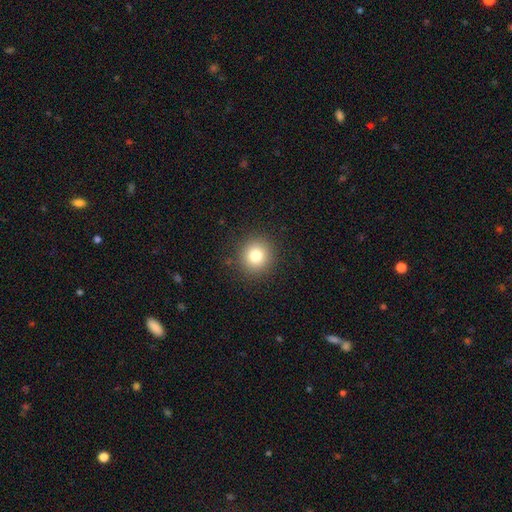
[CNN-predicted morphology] Smooth or featured? smooth (81%)
How rounded? round (93%)
Merging? none (90%)